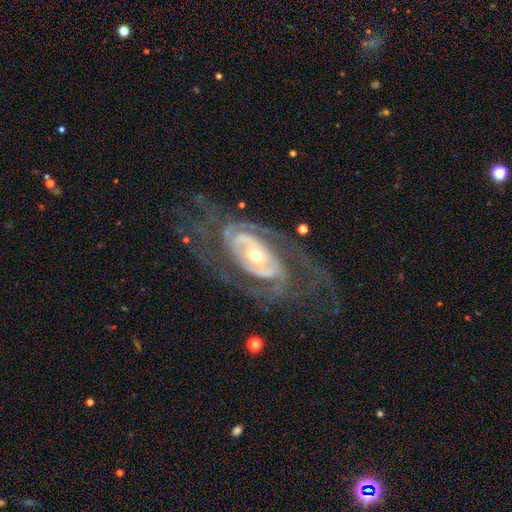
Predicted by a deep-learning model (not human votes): A featured or disk galaxy (89%) with no bar (54%), 2 (55%) tight (53%) spiral arms (92%) and a moderate central bulge (50%).

Vote fractions:
- Smooth or featured? featured or disk: 89% / smooth: 6% / star or artifact: 5%
- Edge-on disk? no: 94% / yes: 6%
- Bar? no: 54% / weak: 25% / strong: 21%
- Spiral arms? yes: 92% / no: 8%
- Spiral winding? tight: 53% / medium: 35% / loose: 12%
- Spiral arm count? 2: 55% / can't tell: 20% / 3: 11% / 4: 5% / 1: 5% / more than 4: 4%
- Bulge size? moderate: 50% / small: 43% / large: 4% / dominant: 1% / none: 1%
- Merging? none: 65% / major disturbance: 17% / minor disturbance: 16% / merger: 2%